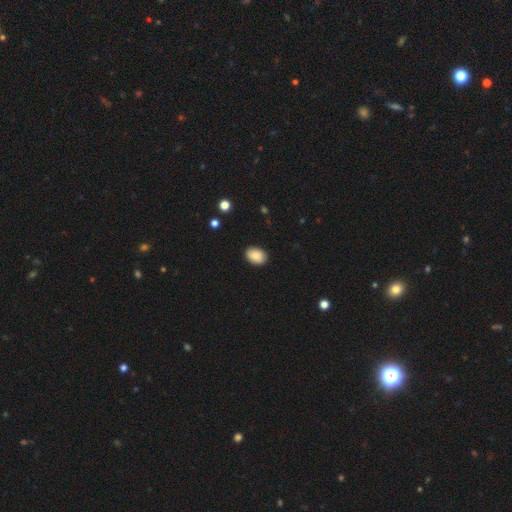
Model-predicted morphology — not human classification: Overall: smooth (89%). How rounded: in between (82%). Merging: none (89%).